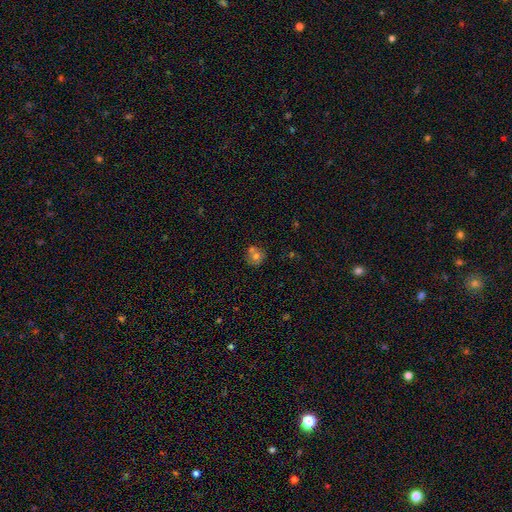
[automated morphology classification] A smooth galaxy with no disk features (66%) that is round (85%). Merging: none (53%).